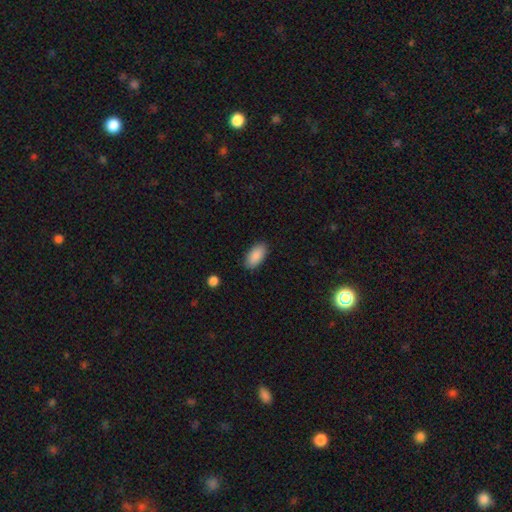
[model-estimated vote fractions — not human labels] This appears to be a smooth galaxy with no disk features (89%) that is in between round and cigar-shaped (93%). Merging: none (87%).